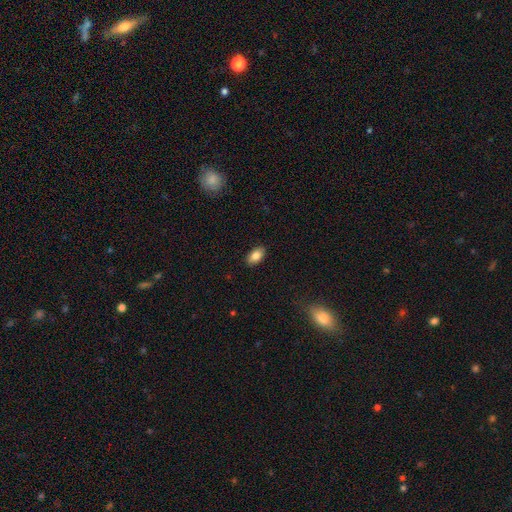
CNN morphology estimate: type=smooth (85%); roundness=in between (91%); merging=none (88%).